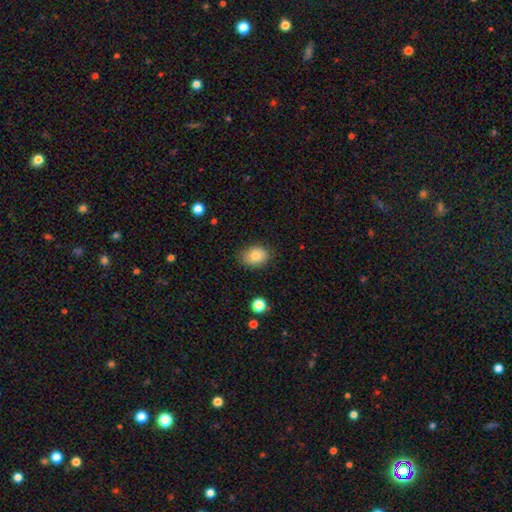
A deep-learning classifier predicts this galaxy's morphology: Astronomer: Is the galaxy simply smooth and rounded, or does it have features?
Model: smooth — 82%.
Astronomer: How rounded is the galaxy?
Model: in between — 60% (runner-up: round, 39%).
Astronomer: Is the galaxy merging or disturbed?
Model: none — 81%.